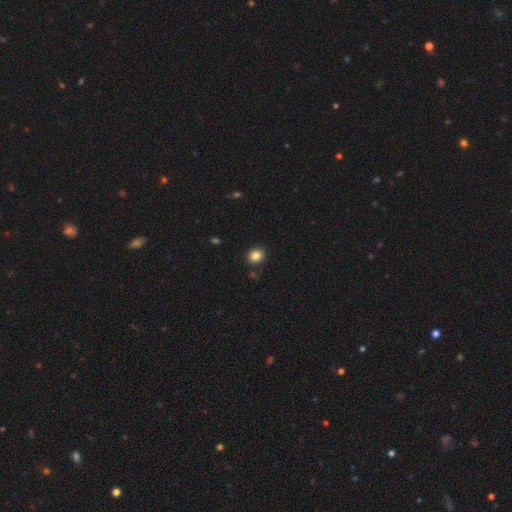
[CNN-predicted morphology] smooth_or_featured: smooth (p=0.85) [alt: star or artifact p=0.11]
how_rounded: round (p=0.66) [alt: in between p=0.34]
merging: none (p=0.87) [alt: minor disturbance p=0.08]